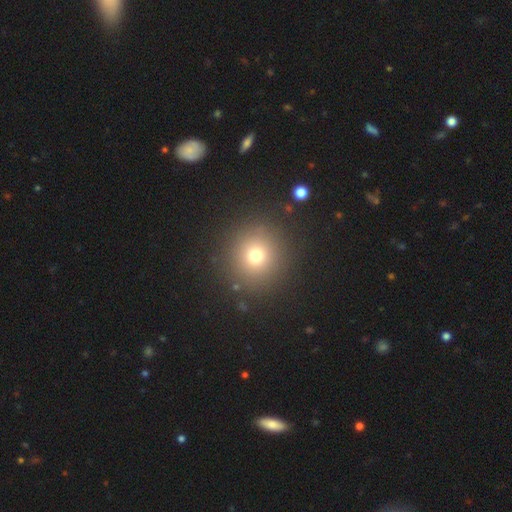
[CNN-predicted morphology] Smooth or featured?
  - smooth: 73% *
  - star or artifact: 18%
  - featured or disk: 9%
How rounded?
  - round: 92% *
  - in between: 7%
  - cigar-shaped: 1%
Merging?
  - none: 89% *
  - minor disturbance: 6%
  - major disturbance: 3%
  - merger: 2%